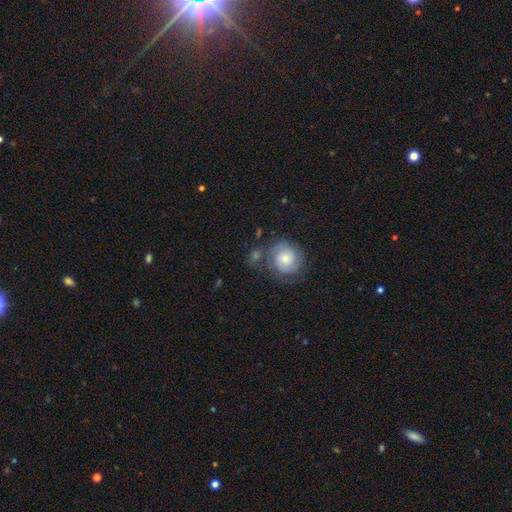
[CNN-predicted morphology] A featured or disk galaxy (51%).

Vote fractions:
- Smooth or featured? featured or disk: 51% / smooth: 36% / star or artifact: 13%
- Edge-on disk? no: 96% / yes: 4%
- Merging? none: 65% / minor disturbance: 16% / merger: 11% / major disturbance: 8%